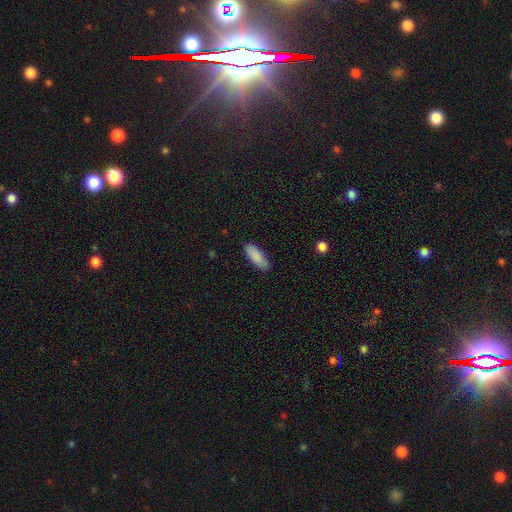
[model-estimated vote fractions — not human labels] A smooth galaxy with no disk features (87%) that is in between round and cigar-shaped (67%).

Vote fractions:
- Smooth or featured? smooth: 87% / featured or disk: 7% / star or artifact: 6%
- How rounded? in between: 67% / cigar-shaped: 31% / round: 2%
- Merging? none: 84% / minor disturbance: 12% / major disturbance: 2% / merger: 1%